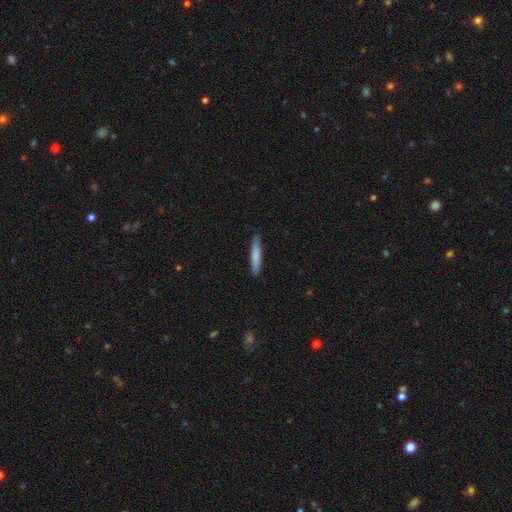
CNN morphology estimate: This is likely a smooth galaxy (79%). How rounded: clearly cigar-shaped (90%). Merging: clearly none (85%).